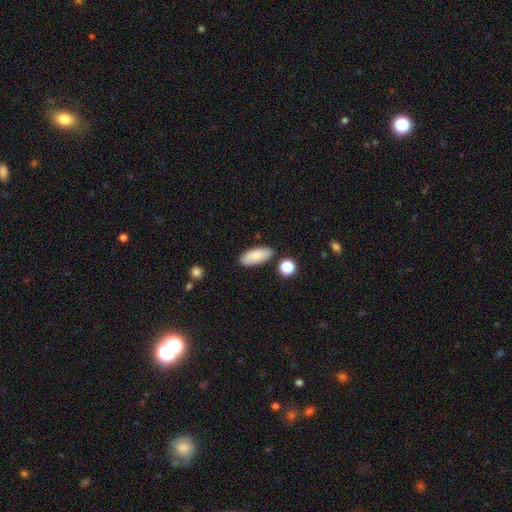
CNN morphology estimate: A smooth galaxy with no disk features (84%) that is in between round and cigar-shaped (85%). Merging: none (82%).